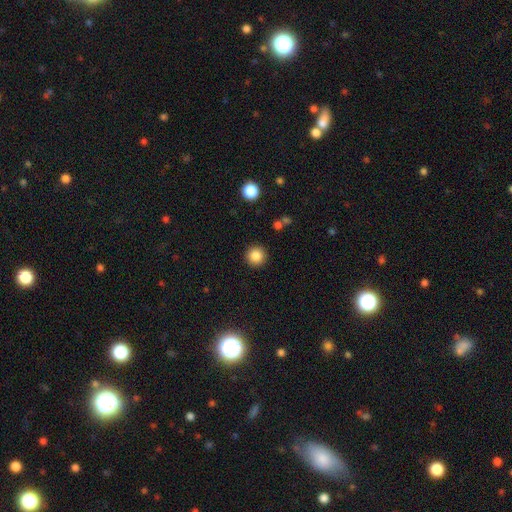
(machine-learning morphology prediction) type=smooth (85%); roundness=round (95%); merging=none (91%).